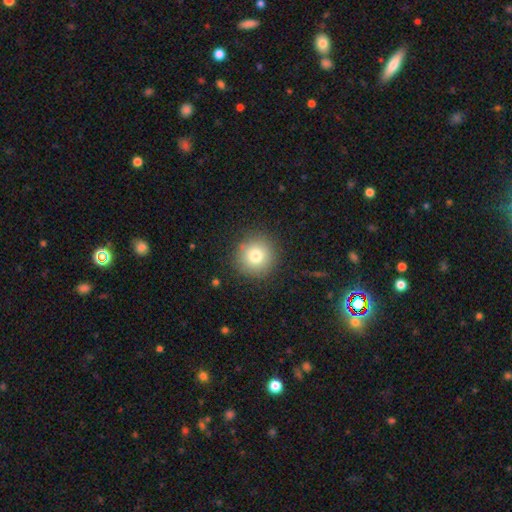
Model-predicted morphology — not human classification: The model was most divided on "smooth or featured": smooth: 78%, star or artifact: 12%, featured or disk: 10%. More confident: how rounded — round (94%); merging — none (88%).